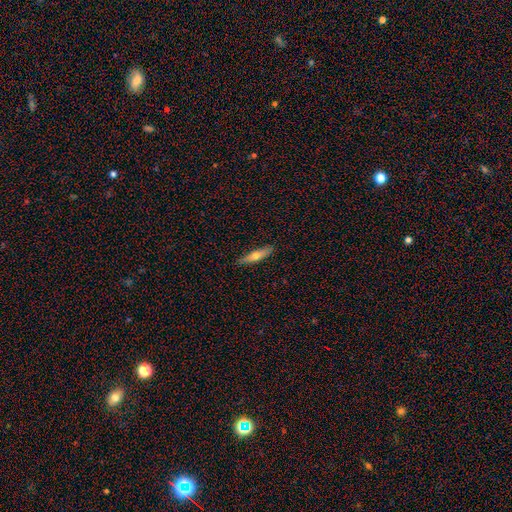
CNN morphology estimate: Smooth or featured? Predicted: smooth (p=0.50). How rounded? Predicted: cigar-shaped (p=0.77). Merging? Predicted: none (p=0.89).